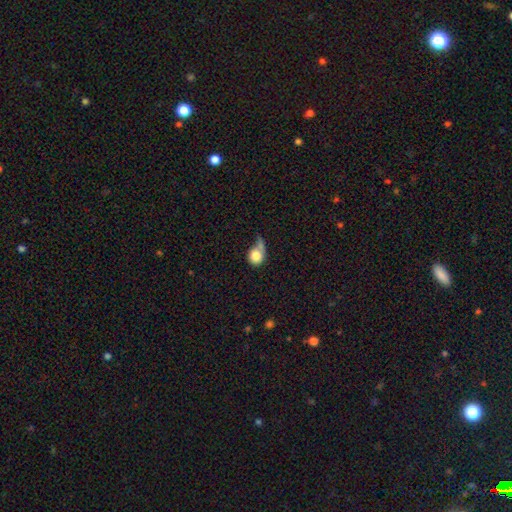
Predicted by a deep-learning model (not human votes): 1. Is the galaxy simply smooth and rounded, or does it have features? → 78% smooth, 15% featured or disk, 8% star or artifact.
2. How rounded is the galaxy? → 72% round, 26% in between, 2% cigar-shaped.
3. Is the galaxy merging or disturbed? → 30% none, 28% major disturbance, 22% minor disturbance, 20% merger.